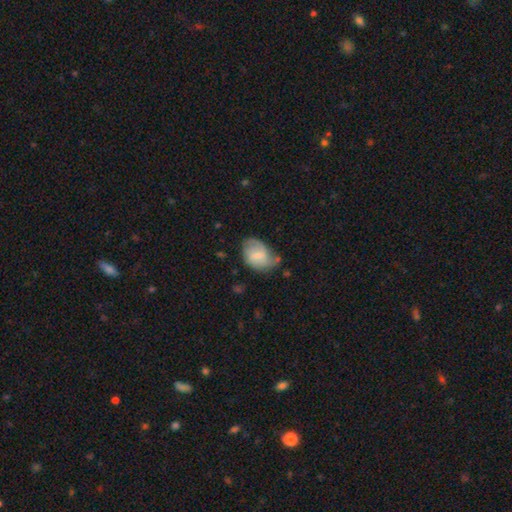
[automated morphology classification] A smooth galaxy with no disk features (57%) that is in between round and cigar-shaped (77%).

Vote fractions:
- Smooth or featured? smooth: 57% / featured or disk: 36% / star or artifact: 7%
- How rounded? in between: 77% / round: 22% / cigar-shaped: 1%
- Merging? none: 42% / minor disturbance: 39% / major disturbance: 15% / merger: 5%